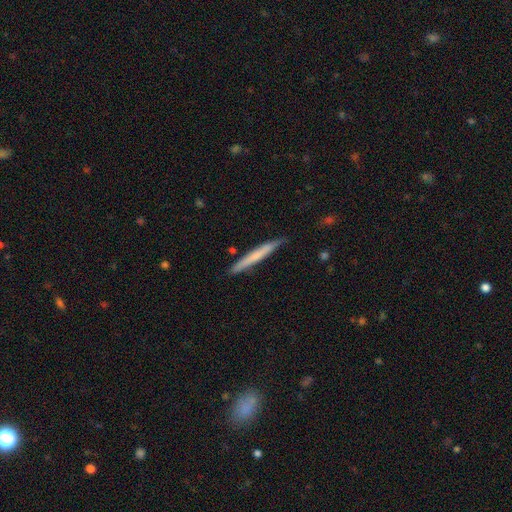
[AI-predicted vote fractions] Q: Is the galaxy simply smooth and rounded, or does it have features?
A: smooth — 61%.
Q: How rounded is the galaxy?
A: cigar-shaped — 97%.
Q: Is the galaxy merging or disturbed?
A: none — 86%.